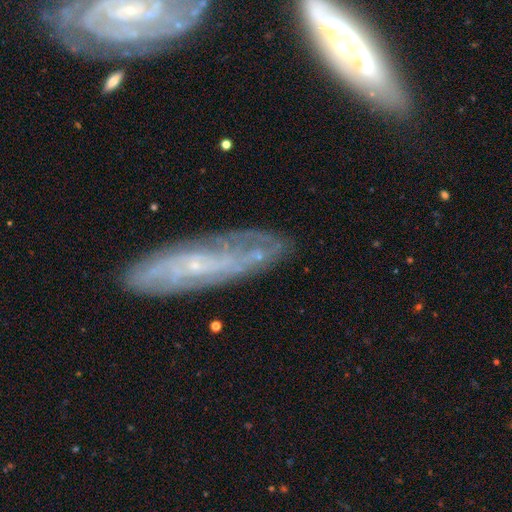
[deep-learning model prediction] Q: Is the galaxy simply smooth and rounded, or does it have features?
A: featured or disk — 77%.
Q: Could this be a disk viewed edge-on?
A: no — 81%.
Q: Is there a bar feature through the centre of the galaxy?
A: no — 72%.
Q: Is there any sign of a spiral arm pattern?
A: yes — 85%.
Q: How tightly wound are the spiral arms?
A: tight — 54%.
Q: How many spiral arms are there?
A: can't tell — 48%.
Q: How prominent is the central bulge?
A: small — 84%.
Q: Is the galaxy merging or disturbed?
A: none — 75%.